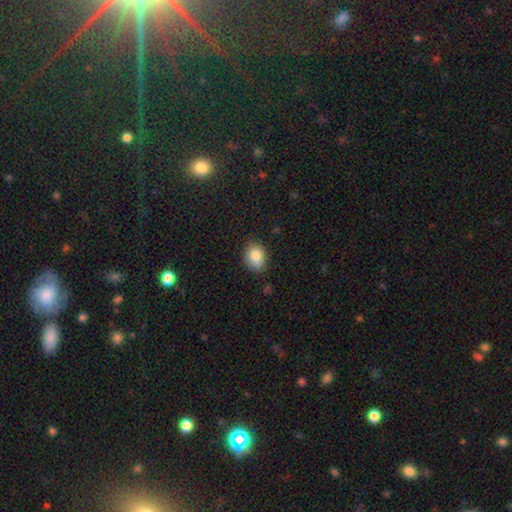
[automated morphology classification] Smooth or featured: smooth — 85% (star or artifact — 9%)
How rounded: in between — 58% (round — 41%)
Merging: none — 79% (minor disturbance — 17%)